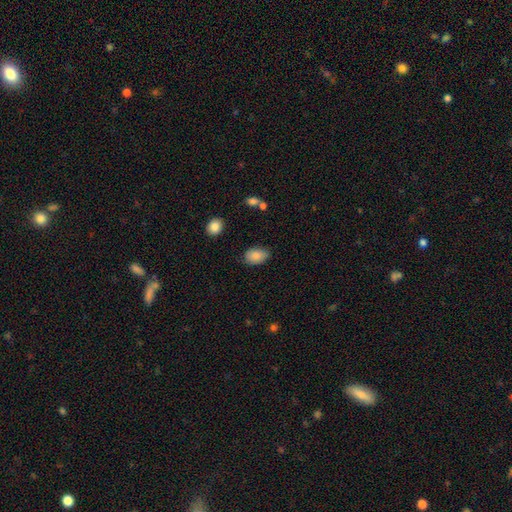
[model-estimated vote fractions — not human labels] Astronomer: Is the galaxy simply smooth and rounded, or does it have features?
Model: smooth — 87%.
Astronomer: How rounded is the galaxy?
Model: in between — 88%.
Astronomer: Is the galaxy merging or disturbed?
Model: none — 77%.